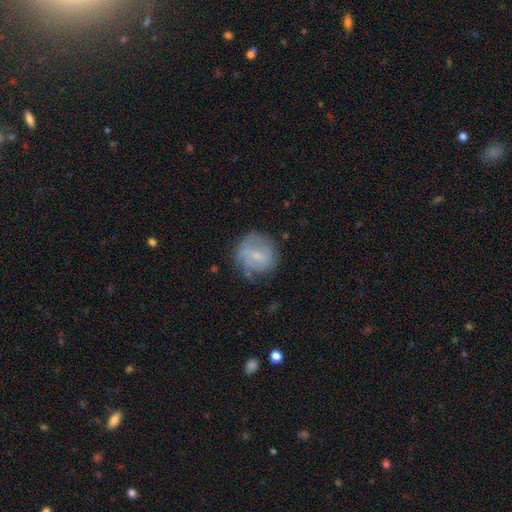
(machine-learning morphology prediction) Smooth or featured?
  - smooth: 47% *
  - featured or disk: 45%
  - star or artifact: 9%
Merging?
  - none: 59% *
  - minor disturbance: 25%
  - major disturbance: 13%
  - merger: 2%